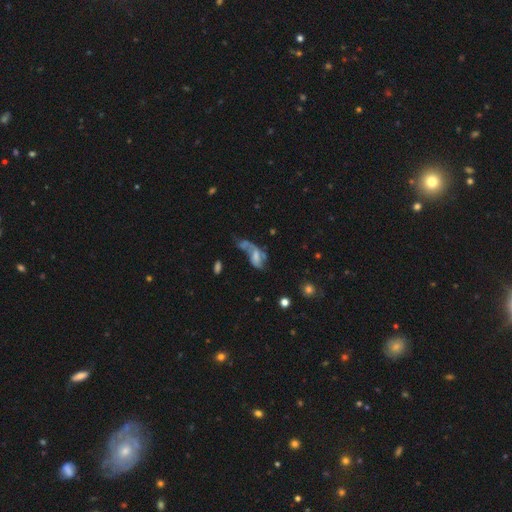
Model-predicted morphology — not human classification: This is possibly a featured or disk galaxy (49%). Merging: marginally major disturbance (35%).